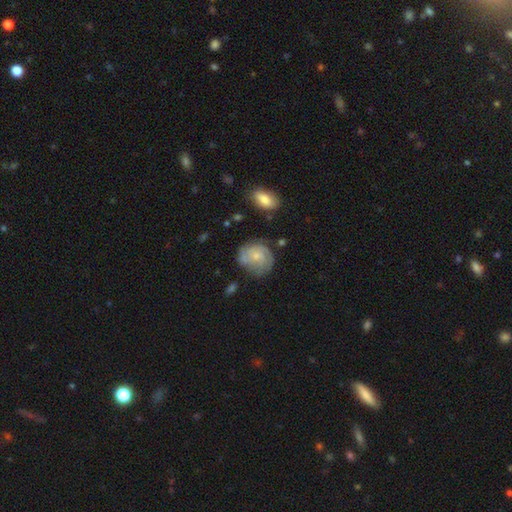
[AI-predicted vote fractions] Morphology: type=featured or disk (67%); edge-on=no (98%); bar=no (76%); spiral arms=yes (89%); winding=tight (61%); arm count=2 (34%); bulge=small (69%); merging=none (67%).